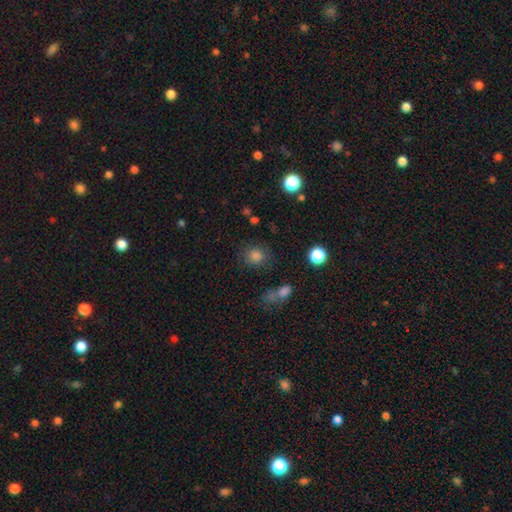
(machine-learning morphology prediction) Q: Smooth or featured?
A: smooth (77%); runner-up: star or artifact (17%)
Q: How rounded?
A: round (80%); runner-up: in between (19%)
Q: Merging?
A: none (79%); runner-up: minor disturbance (11%)